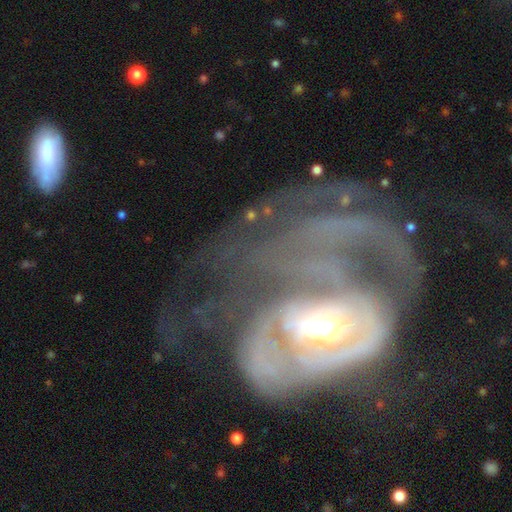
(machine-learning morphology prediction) smooth_or_featured: featured or disk (p=0.81) [alt: smooth p=0.11]
disk_edge_on: no (p=0.96) [alt: yes p=0.04]
bar: no (p=0.51) [alt: weak p=0.31]
has_spiral_arms: yes (p=0.72) [alt: no p=0.28]
spiral_winding: tight (p=0.38) [alt: medium p=0.36]
spiral_arm_count: can't tell (p=0.40) [alt: 2 p=0.24]
bulge_size: moderate (p=0.60) [alt: small p=0.28]
merging: major disturbance (p=0.61) [alt: none p=0.18]